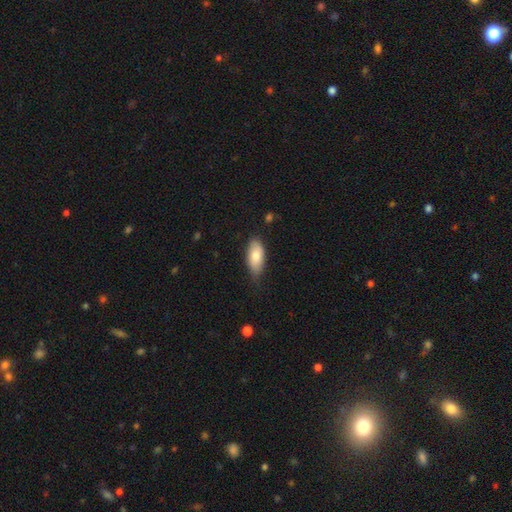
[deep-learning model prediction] Morphology: type=smooth (79%); roundness=in between (90%); merging=none (71%).